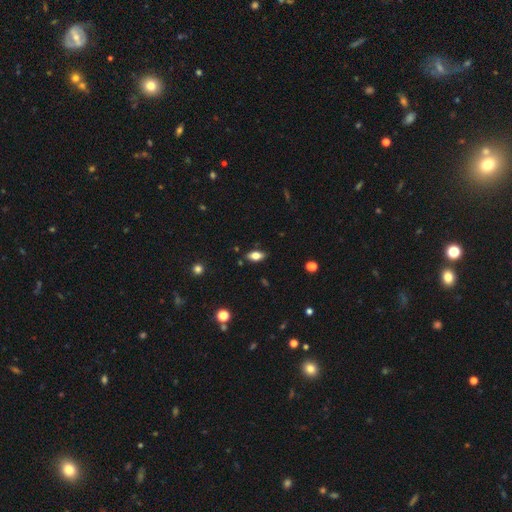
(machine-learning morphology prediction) Overall: smooth (76%). How rounded: in between (88%). Merging: none (84%).